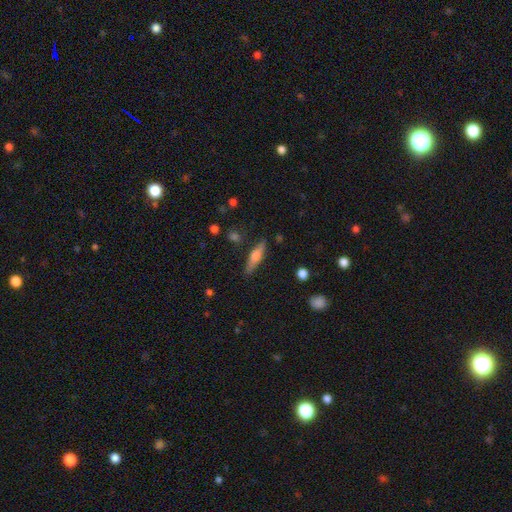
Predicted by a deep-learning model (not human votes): Smooth or featured: smooth — 52% (featured or disk — 42%)
How rounded: cigar-shaped — 72% (in between — 26%)
Merging: none — 83% (minor disturbance — 12%)